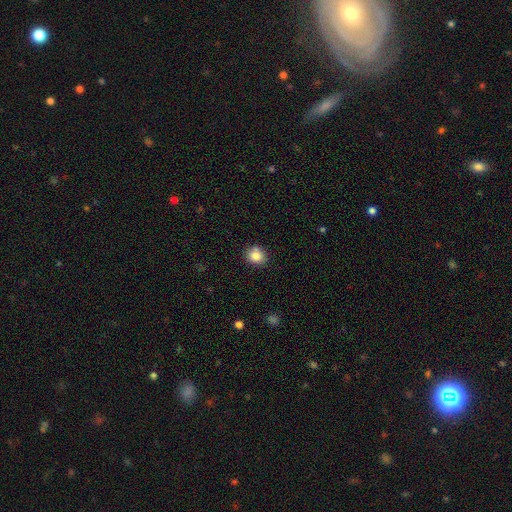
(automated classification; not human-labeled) smooth 84%, star or artifact 10%, featured or disk 6%. Down the decision tree: how rounded — round (73%); merging — none (77%).